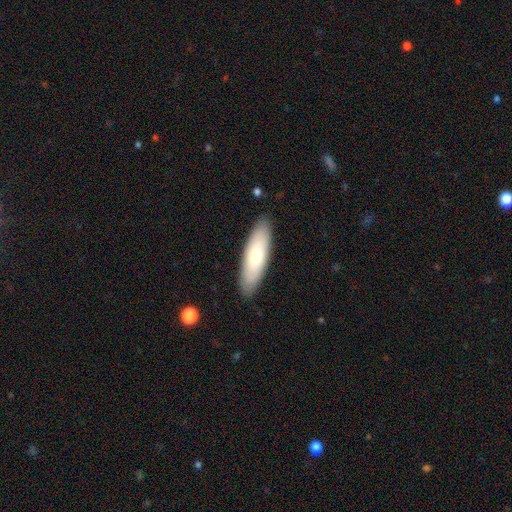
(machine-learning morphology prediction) Smooth or featured?
  - smooth: 72% *
  - featured or disk: 23%
  - star or artifact: 6%
How rounded?
  - in between: 50% *
  - cigar-shaped: 49%
  - round: 2%
Merging?
  - none: 88% *
  - minor disturbance: 9%
  - major disturbance: 2%
  - merger: 1%